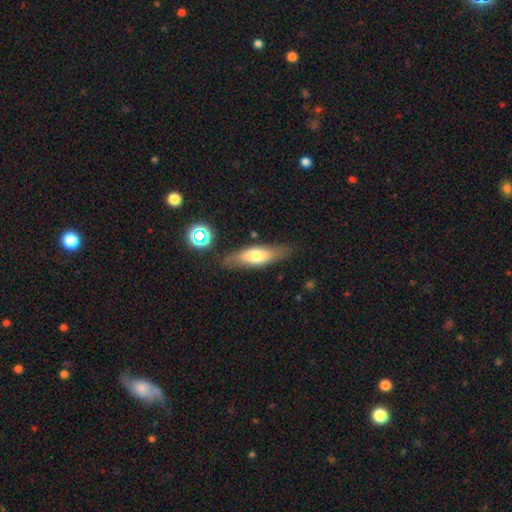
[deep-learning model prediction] Smooth or featured? smooth (59%)
How rounded? in between (50%)
Merging? none (78%)